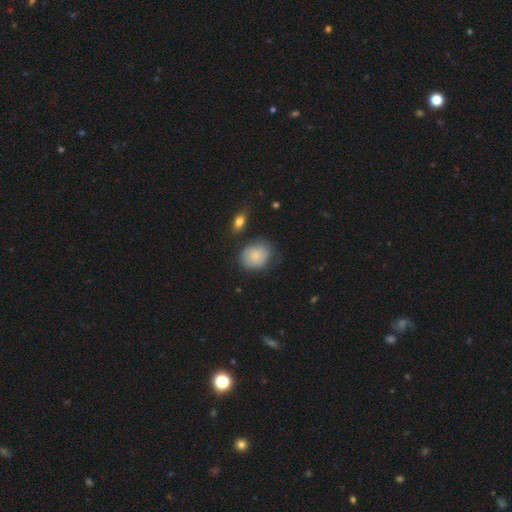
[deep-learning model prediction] This appears to be a smooth galaxy with no disk features (80%) that is round (64%). Merging: none (58%).